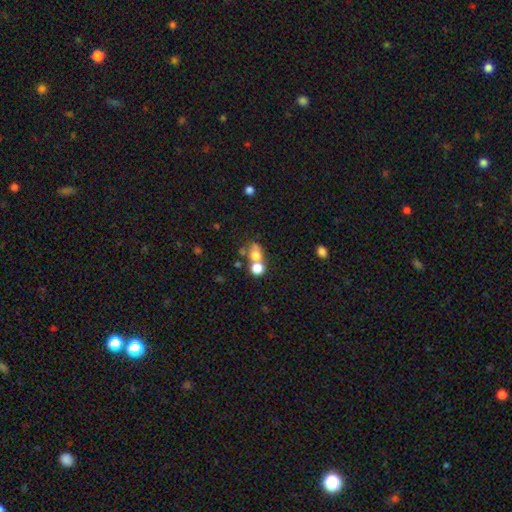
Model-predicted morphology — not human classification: Smooth or featured?
  - smooth: 64% *
  - featured or disk: 20%
  - star or artifact: 16%
How rounded?
  - round: 58% *
  - in between: 40%
  - cigar-shaped: 2%
Merging?
  - merger: 50% *
  - none: 31%
  - minor disturbance: 10%
  - major disturbance: 9%